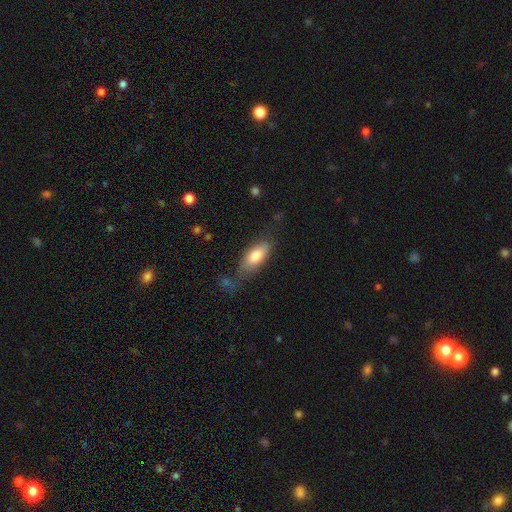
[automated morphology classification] Smooth or featured? smooth (76%)
How rounded? in between (86%)
Merging? none (52%)